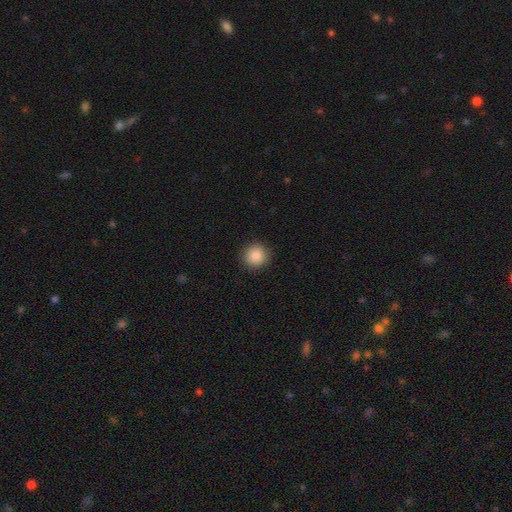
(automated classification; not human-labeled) smooth-or-featured: smooth: 88% | star or artifact: 9% | featured or disk: 3%
  how-rounded: round: 93% | in between: 6% | cigar-shaped: 1%
  merging: none: 91% | minor disturbance: 6% | major disturbance: 2% | merger: 1%